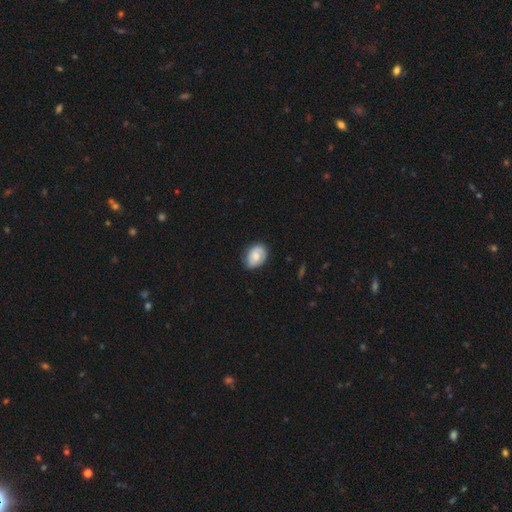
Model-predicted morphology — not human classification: This appears to be a smooth galaxy with no disk features (53%) that is in between round and cigar-shaped (68%). Merging: none (76%).